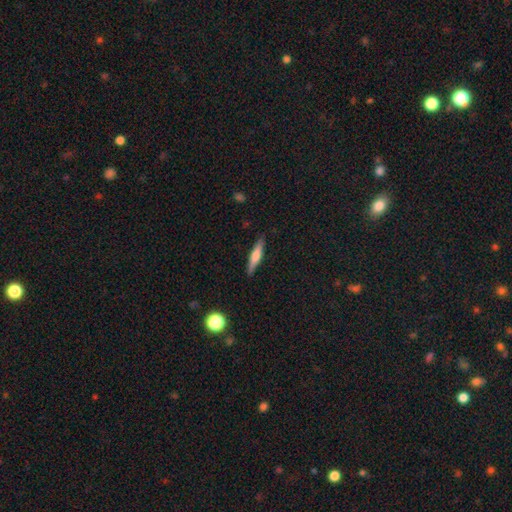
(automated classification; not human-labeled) The model was most divided on "smooth or featured": smooth: 54%, featured or disk: 40%, star or artifact: 6%. More confident: merging — none (88%); how rounded — cigar-shaped (87%).